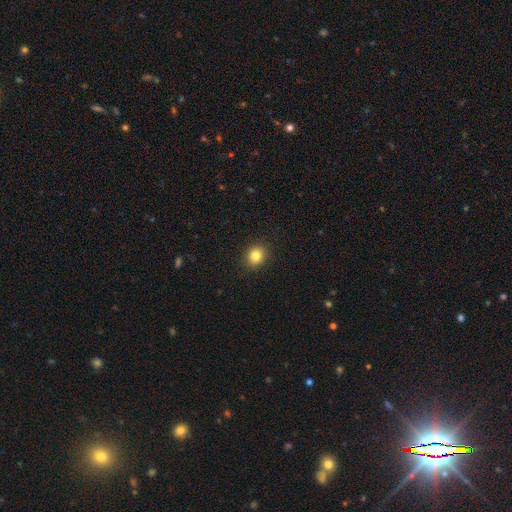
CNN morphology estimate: Smooth or featured?
  - smooth: 82% *
  - star or artifact: 11%
  - featured or disk: 6%
How rounded?
  - round: 78% *
  - in between: 21%
  - cigar-shaped: 1%
Merging?
  - none: 91% *
  - minor disturbance: 6%
  - major disturbance: 2%
  - merger: 1%